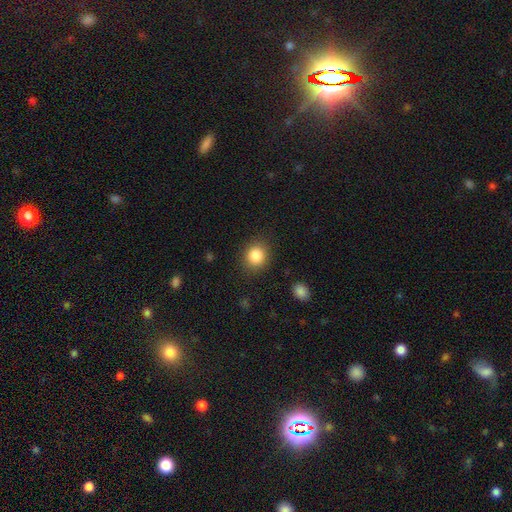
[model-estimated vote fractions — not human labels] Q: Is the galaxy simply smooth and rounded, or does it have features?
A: smooth — 85%.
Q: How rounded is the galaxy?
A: round — 78%.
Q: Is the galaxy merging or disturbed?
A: none — 87%.